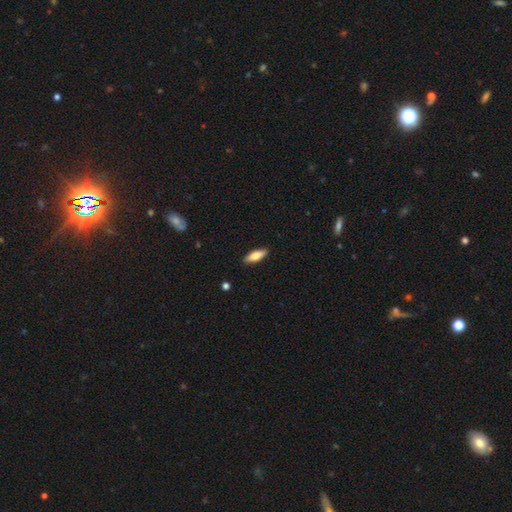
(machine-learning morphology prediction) This is likely a smooth galaxy (72%). How rounded: possibly in between (57%). Merging: clearly none (90%).